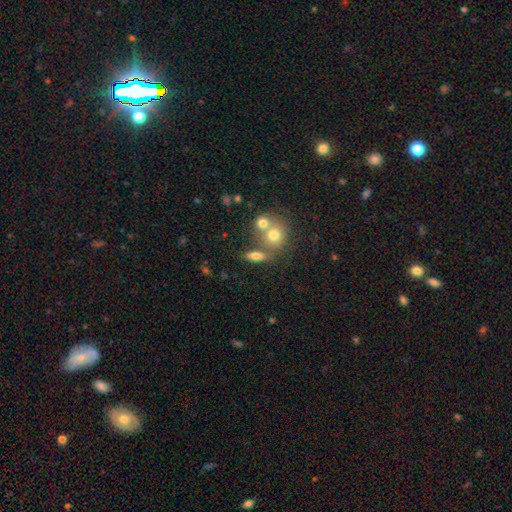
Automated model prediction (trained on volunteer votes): Smooth or featured? smooth (68%)
How rounded? in between (57%)
Merging? none (55%)